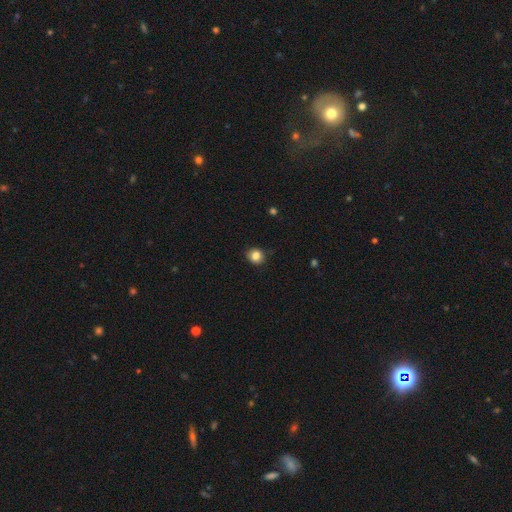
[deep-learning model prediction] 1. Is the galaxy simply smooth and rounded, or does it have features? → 84% smooth, 10% star or artifact, 6% featured or disk.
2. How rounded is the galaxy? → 75% round, 24% in between, 1% cigar-shaped.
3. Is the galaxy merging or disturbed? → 85% none, 12% minor disturbance, 2% major disturbance, 1% merger.